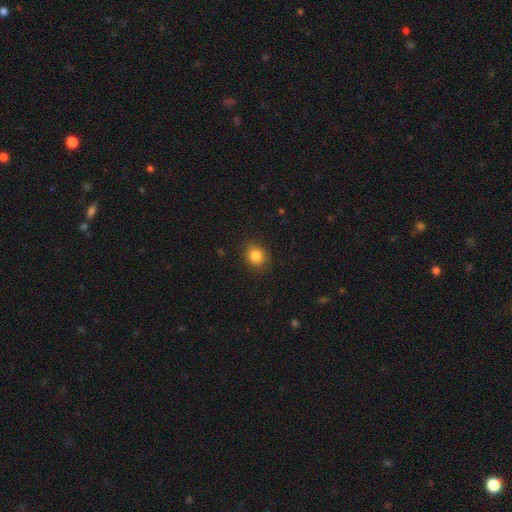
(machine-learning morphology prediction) type=smooth (84%); roundness=round (70%); merging=none (88%).